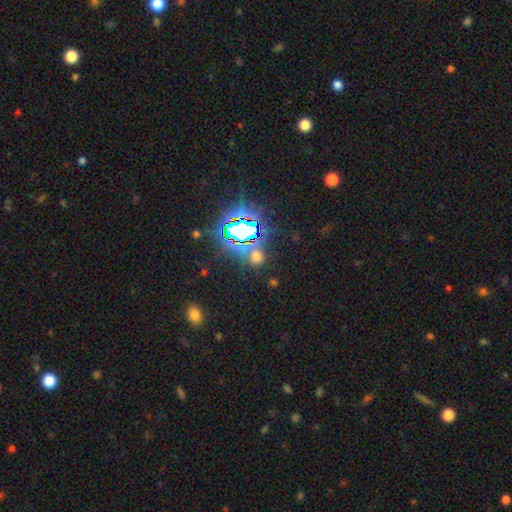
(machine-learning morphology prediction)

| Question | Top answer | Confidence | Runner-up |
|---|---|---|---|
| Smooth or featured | star or artifact | 54% | smooth (38%) |